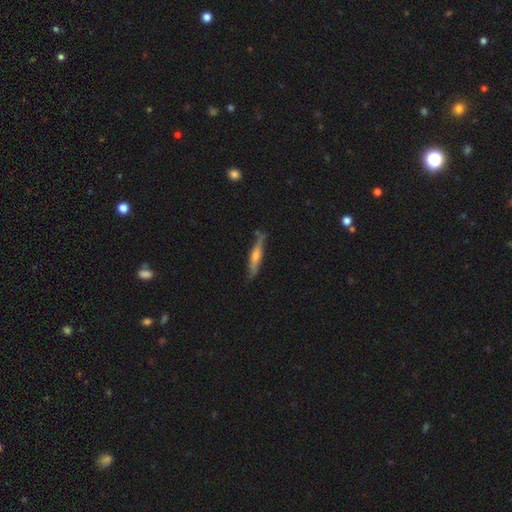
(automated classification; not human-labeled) smooth-or-featured: featured or disk: 64% | smooth: 30% | star or artifact: 6%
  disk-edge-on: yes: 94% | no: 6%
    edge-on-bulge: rounded: 76% | none: 14% | boxy: 10%
  merging: none: 83% | minor disturbance: 13% | major disturbance: 2% | merger: 2%